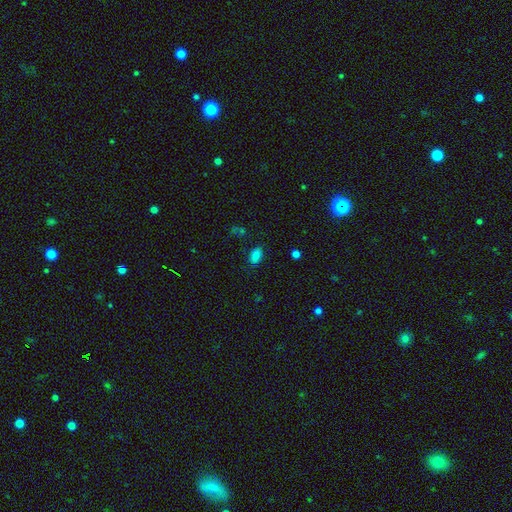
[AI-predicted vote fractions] A smooth galaxy with no disk features (82%) that is in between round and cigar-shaped (90%). Merging: none (82%).